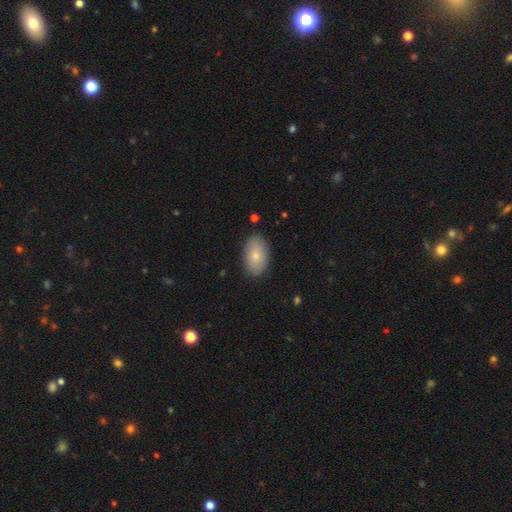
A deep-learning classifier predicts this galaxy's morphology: smooth-or-featured: smooth: 78% | featured or disk: 15% | star or artifact: 7%
  how-rounded: in between: 91% | round: 7% | cigar-shaped: 1%
  merging: none: 87% | minor disturbance: 10% | major disturbance: 2% | merger: 1%